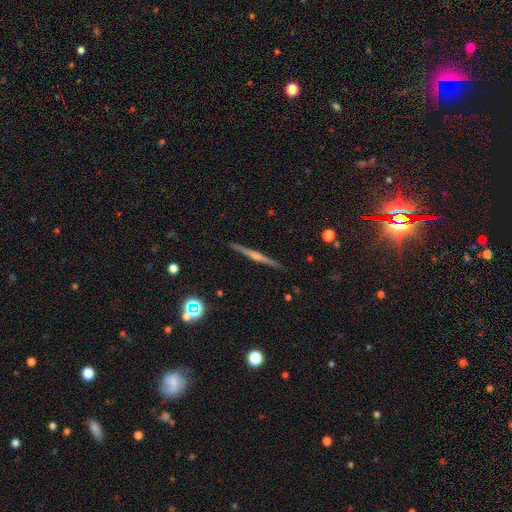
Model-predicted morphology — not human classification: Smooth or featured? featured or disk (70%)
Edge-on disk? yes (97%)
Edge-on bulge? rounded (76%)
Merging? none (89%)